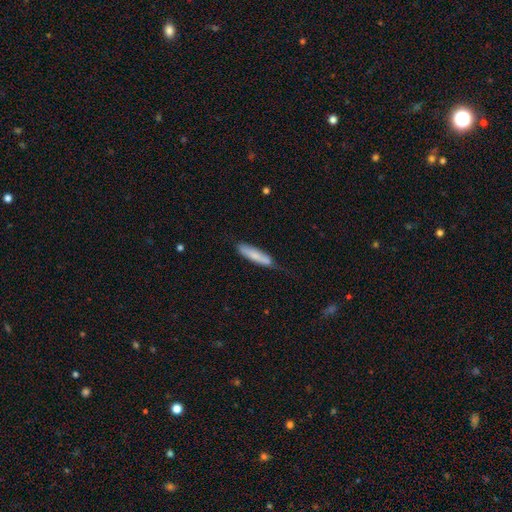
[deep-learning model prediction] Q: Smooth or featured?
A: smooth (75%); runner-up: featured or disk (19%)
Q: How rounded?
A: cigar-shaped (80%); runner-up: in between (18%)
Q: Merging?
A: none (62%); runner-up: minor disturbance (29%)